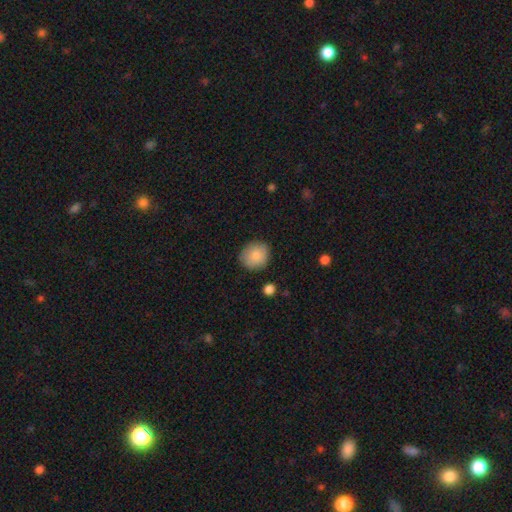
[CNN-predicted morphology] Overall: smooth (86%). How rounded: round (82%). Merging: none (85%).